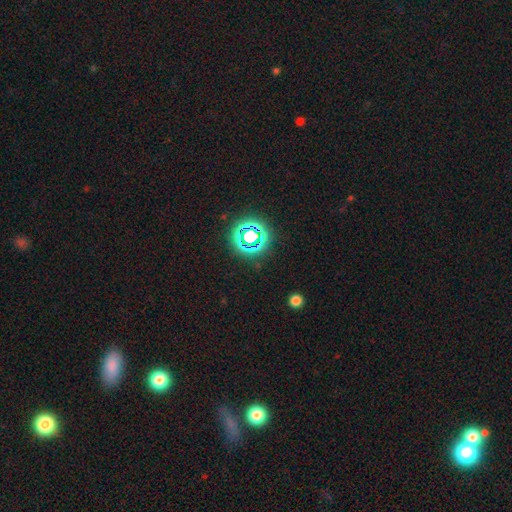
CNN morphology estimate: Smooth or featured? star or artifact (74%)